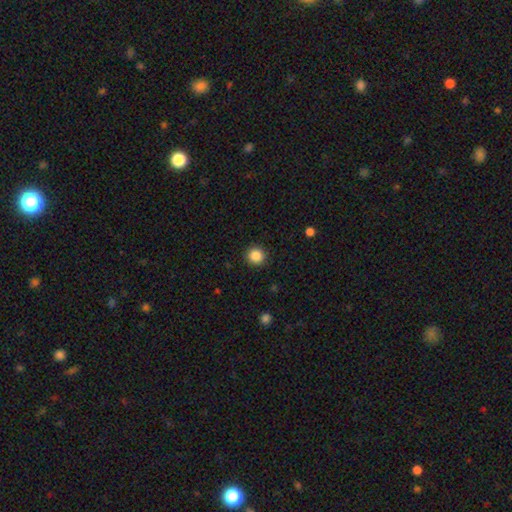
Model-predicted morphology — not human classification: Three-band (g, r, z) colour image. It shows a smooth galaxy with no disk features (87%) that is round (94%). Merging: none (92%).